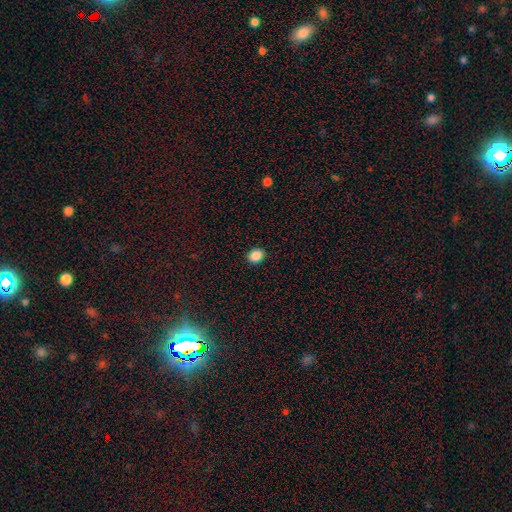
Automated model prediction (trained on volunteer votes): smooth_or_featured: smooth (p=0.88) [alt: star or artifact p=0.09]
how_rounded: round (p=0.57) [alt: in between p=0.42]
merging: none (p=0.91) [alt: minor disturbance p=0.06]